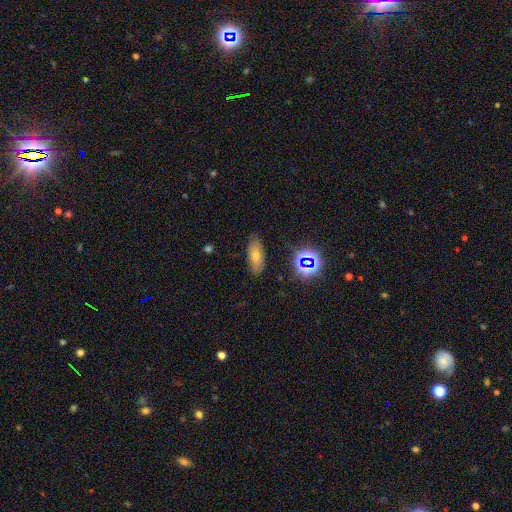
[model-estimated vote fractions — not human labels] Smooth or featured: smooth — 59% (featured or disk — 22%)
How rounded: in between — 78% (cigar-shaped — 17%)
Merging: none — 82% (minor disturbance — 13%)